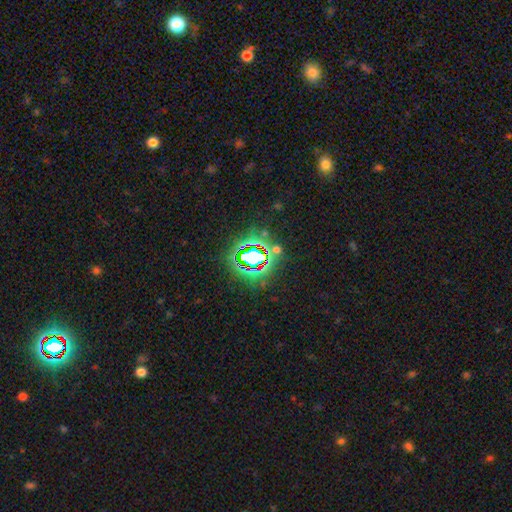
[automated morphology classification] A star or artifact, not a galaxy (80%).